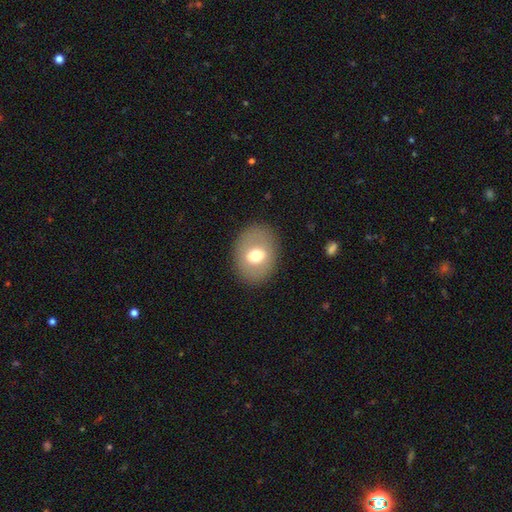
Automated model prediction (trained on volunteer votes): Smooth or featured?
  - smooth: 64% *
  - featured or disk: 28%
  - star or artifact: 8%
How rounded?
  - in between: 63% *
  - round: 36%
  - cigar-shaped: 1%
Merging?
  - none: 86% *
  - minor disturbance: 9%
  - major disturbance: 4%
  - merger: 1%